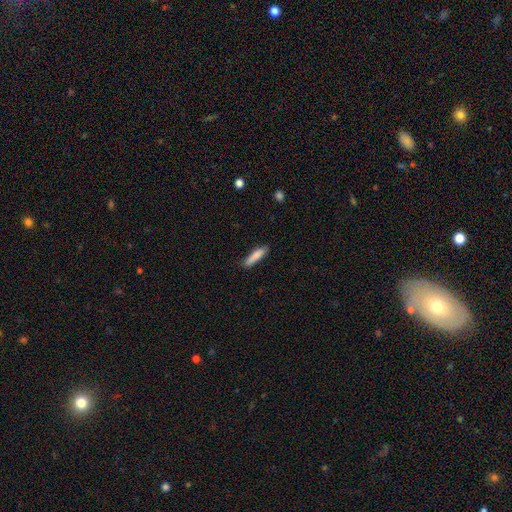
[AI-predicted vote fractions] Smooth or featured?
  - smooth: 82% *
  - featured or disk: 12%
  - star or artifact: 6%
How rounded?
  - cigar-shaped: 81% *
  - in between: 18%
  - round: 1%
Merging?
  - none: 84% *
  - minor disturbance: 12%
  - major disturbance: 2%
  - merger: 1%